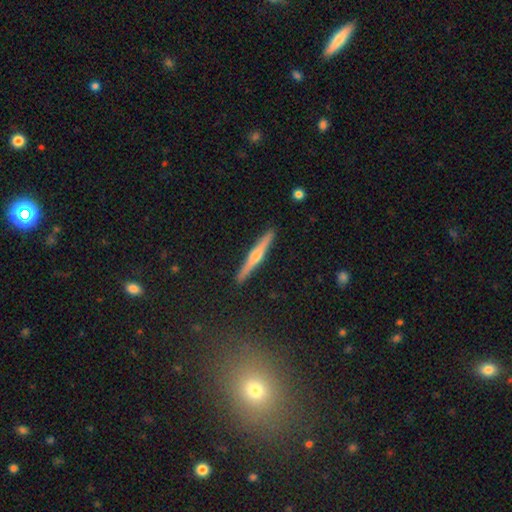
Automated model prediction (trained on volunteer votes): This appears to be a featured or disk galaxy (68%) viewed edge-on (98%) with a rounded central bulge (87%). Merging: none (92%).